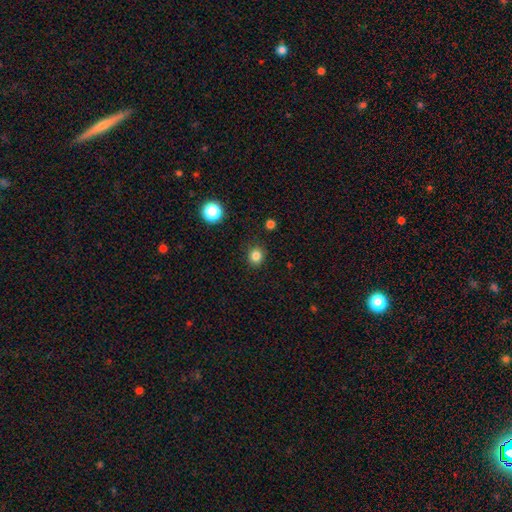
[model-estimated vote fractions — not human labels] A smooth galaxy with no disk features (83%) that is round (83%).

Vote fractions:
- Smooth or featured? smooth: 83% / star or artifact: 13% / featured or disk: 5%
- How rounded? round: 83% / in between: 16% / cigar-shaped: 1%
- Merging? none: 88% / minor disturbance: 8% / major disturbance: 3% / merger: 1%